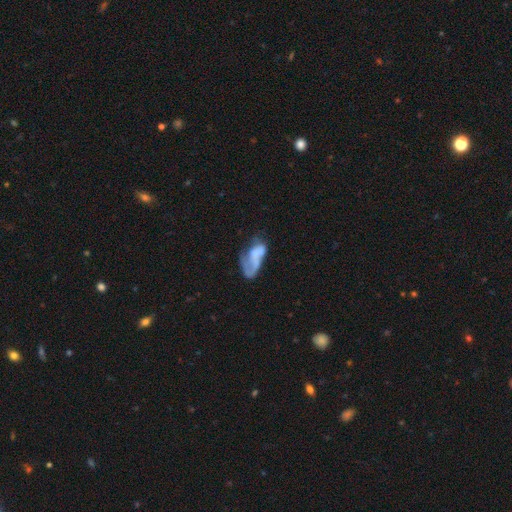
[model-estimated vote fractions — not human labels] Overall: featured or disk (47%; smooth 44%). Merging: major disturbance (44%; none 24%).